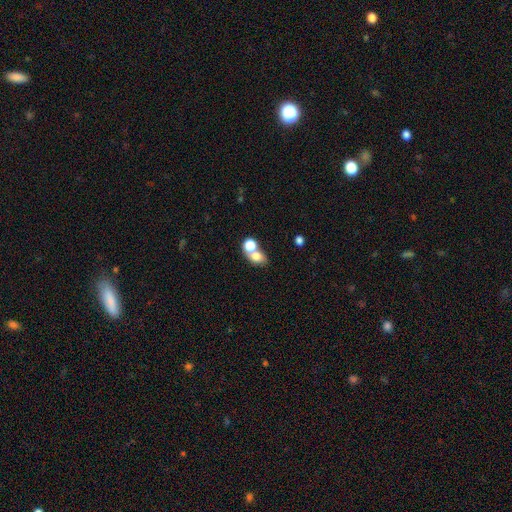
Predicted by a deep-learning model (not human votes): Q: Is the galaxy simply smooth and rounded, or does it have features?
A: smooth — 73%.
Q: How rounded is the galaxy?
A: in between — 56%.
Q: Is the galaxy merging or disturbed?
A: merger — 52%.